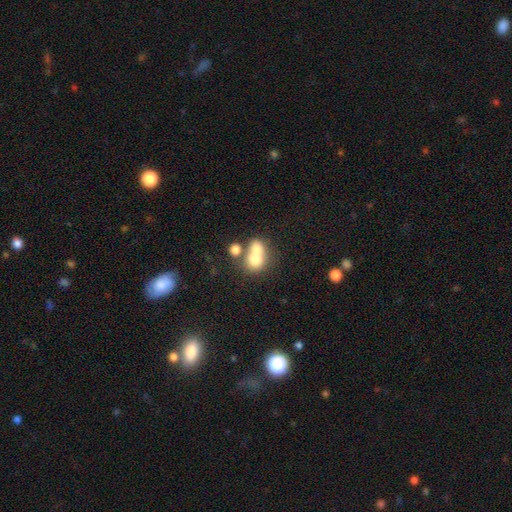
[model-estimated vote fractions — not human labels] Q: Smooth or featured?
A: smooth (69%); runner-up: featured or disk (20%)
Q: How rounded?
A: round (60%); runner-up: in between (39%)
Q: Merging?
A: merger (65%); runner-up: none (25%)